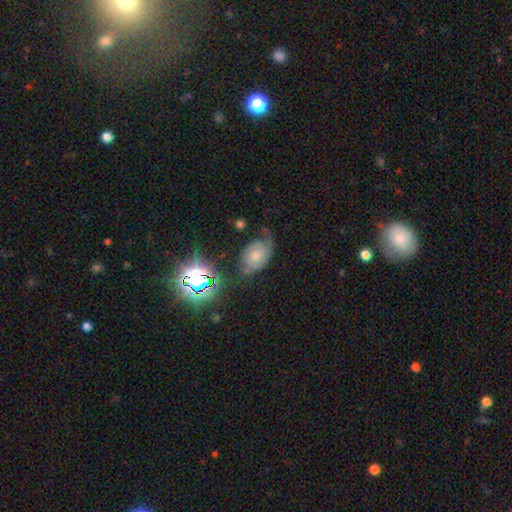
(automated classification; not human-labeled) smooth-or-featured: featured or disk: 54% | smooth: 31% | star or artifact: 15%
  disk-edge-on: no: 95% | yes: 5%
    bar: no: 75% | weak: 21% | strong: 4%
    has-spiral-arms: yes: 82% | no: 18%
    bulge-size: moderate: 49% | small: 27% | large: 13% | none: 8% | dominant: 3%
  merging: none: 43% | minor disturbance: 30% | major disturbance: 22% | merger: 5%